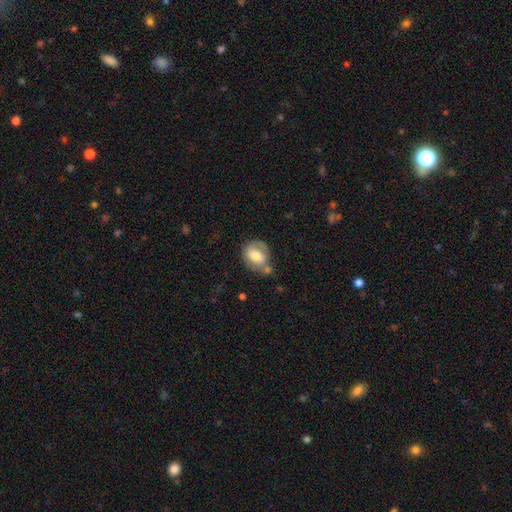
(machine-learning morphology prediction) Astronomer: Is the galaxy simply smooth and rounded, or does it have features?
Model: smooth — 61%.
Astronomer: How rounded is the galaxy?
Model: in between — 53% (runner-up: round, 46%).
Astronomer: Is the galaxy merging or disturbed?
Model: none — 46% (runner-up: minor disturbance, 25%).